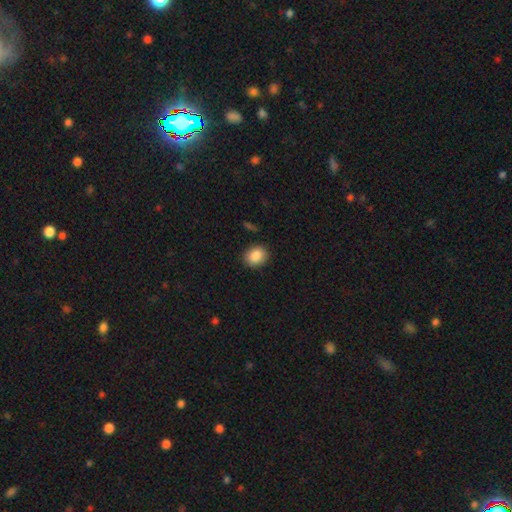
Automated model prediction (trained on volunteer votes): Smooth or featured? Predicted: smooth (p=0.87). How rounded? Predicted: round (p=0.53). Merging? Predicted: none (p=0.89).